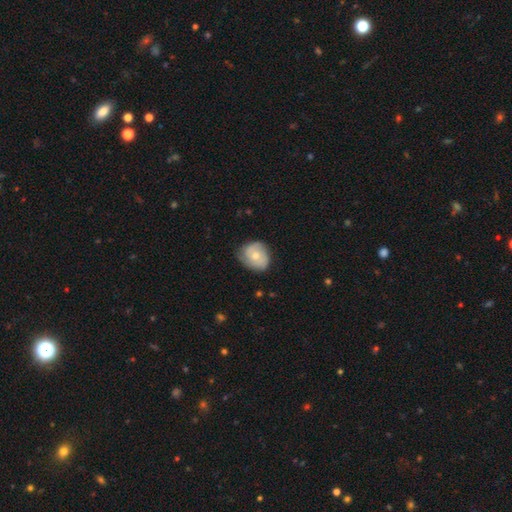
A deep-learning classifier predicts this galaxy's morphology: Q: Smooth or featured?
A: smooth (49%); runner-up: featured or disk (44%)
Q: Merging?
A: none (66%); runner-up: minor disturbance (27%)